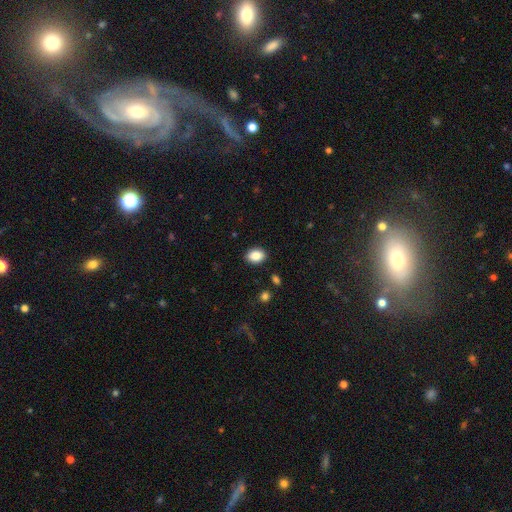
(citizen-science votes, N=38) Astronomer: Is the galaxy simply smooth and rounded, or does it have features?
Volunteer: smooth — 97%.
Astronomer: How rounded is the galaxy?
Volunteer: in between — 73%.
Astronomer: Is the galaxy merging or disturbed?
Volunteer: none — 89%.